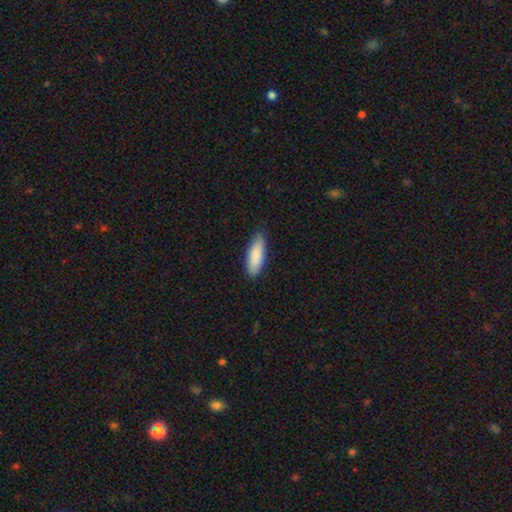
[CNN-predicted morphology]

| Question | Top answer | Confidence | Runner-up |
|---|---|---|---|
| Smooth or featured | smooth | 87% | featured or disk (8%) |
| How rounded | in between | 61% | cigar-shaped (37%) |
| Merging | none | 81% | minor disturbance (16%) |